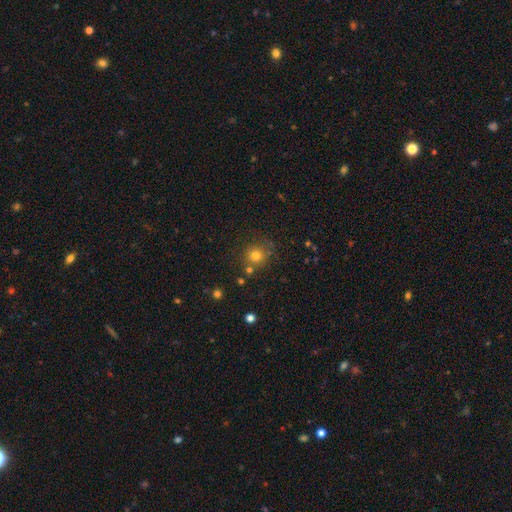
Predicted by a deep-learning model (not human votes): The model was most divided on "smooth or featured": smooth: 75%, star or artifact: 17%, featured or disk: 8%. More confident: how rounded — round (89%); merging — none (74%).